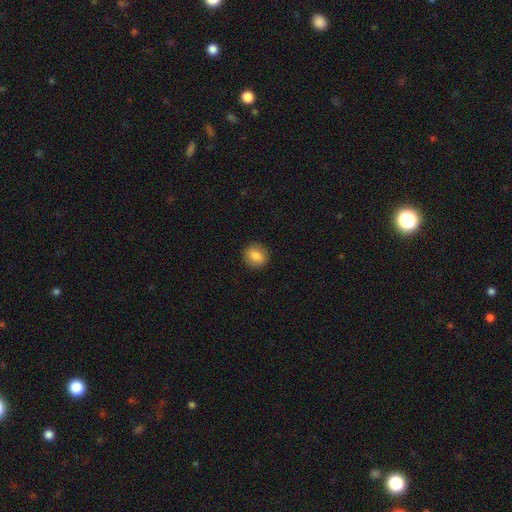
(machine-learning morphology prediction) A smooth galaxy with no disk features (83%) that is round (72%). Merging: none (90%).